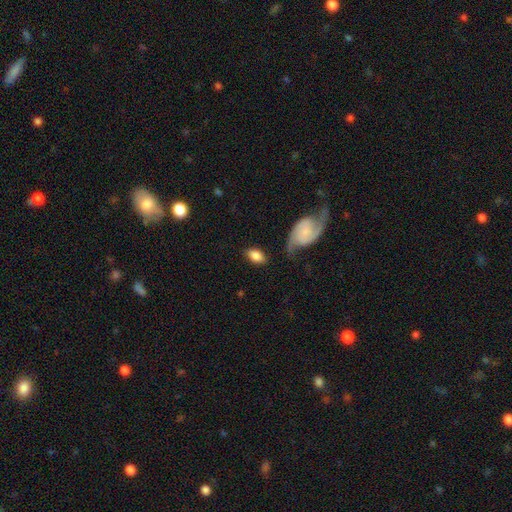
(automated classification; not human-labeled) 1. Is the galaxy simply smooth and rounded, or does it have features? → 77% smooth, 17% featured or disk, 6% star or artifact.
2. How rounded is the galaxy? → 92% in between, 6% round, 2% cigar-shaped.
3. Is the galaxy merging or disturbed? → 72% none, 17% minor disturbance, 6% major disturbance, 5% merger.